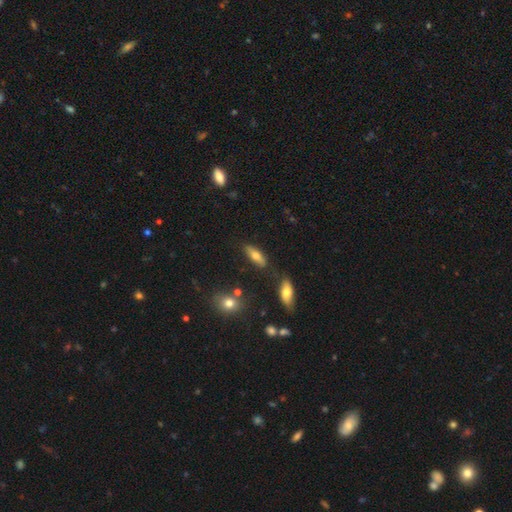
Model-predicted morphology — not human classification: The model was most divided on "how rounded": in between: 61%, cigar-shaped: 36%, round: 3%. More confident: merging — none (75%); smooth or featured — smooth (67%).